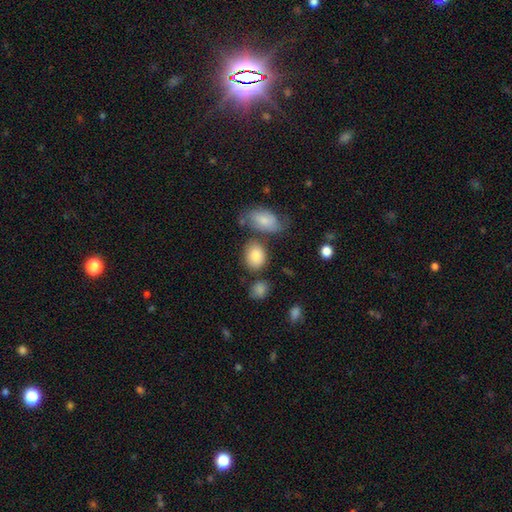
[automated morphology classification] A smooth galaxy with no disk features (84%) that is in between round and cigar-shaped (53%). Merging: none (69%).